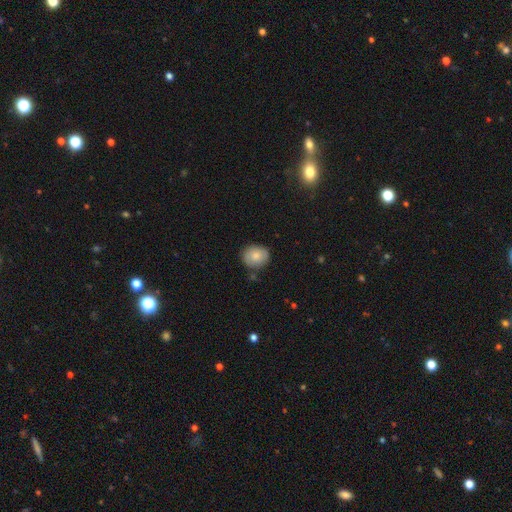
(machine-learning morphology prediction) smooth 77%, featured or disk 15%, star or artifact 8%. Down the decision tree: how rounded — round (70%); merging — none (79%).